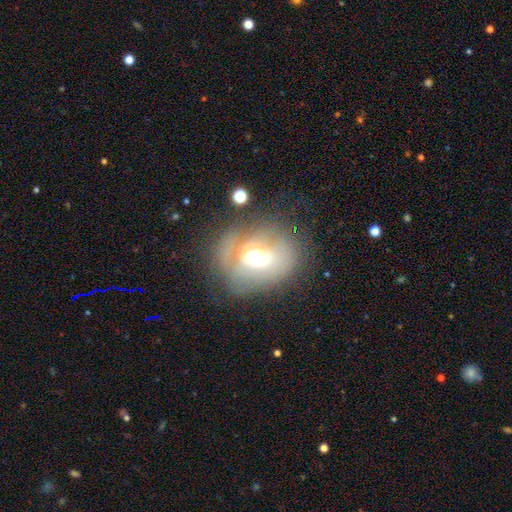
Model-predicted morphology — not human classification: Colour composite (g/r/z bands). It shows a featured or disk galaxy (44%). Merging: none (47%).